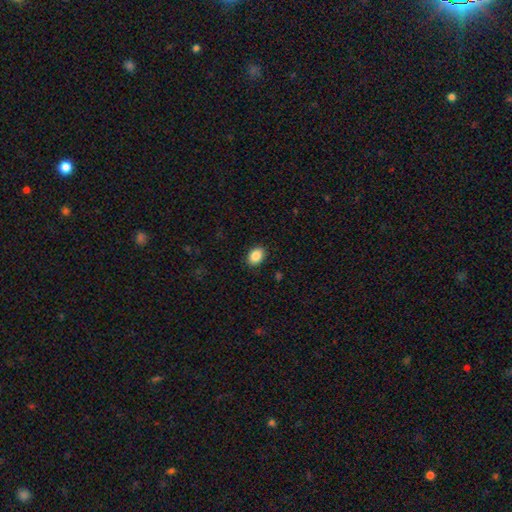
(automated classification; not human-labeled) smooth-or-featured: smooth: 88% | star or artifact: 8% | featured or disk: 4%
  how-rounded: in between: 72% | round: 27% | cigar-shaped: 1%
  merging: none: 89% | minor disturbance: 8% | major disturbance: 2% | merger: 1%